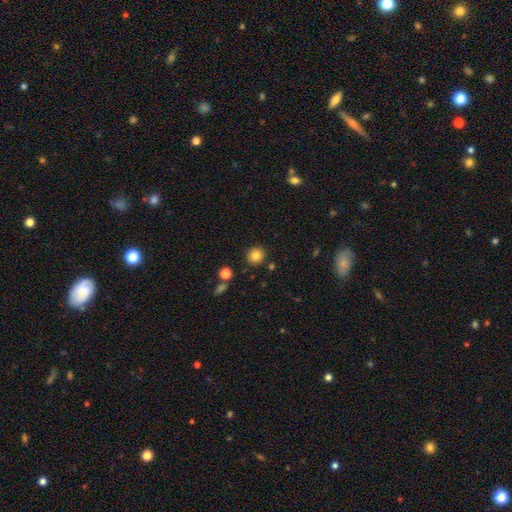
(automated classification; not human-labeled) smooth-or-featured: smooth: 83% | star or artifact: 11% | featured or disk: 6%
  how-rounded: round: 90% | in between: 9% | cigar-shaped: 1%
  merging: none: 87% | minor disturbance: 7% | merger: 3% | major disturbance: 2%